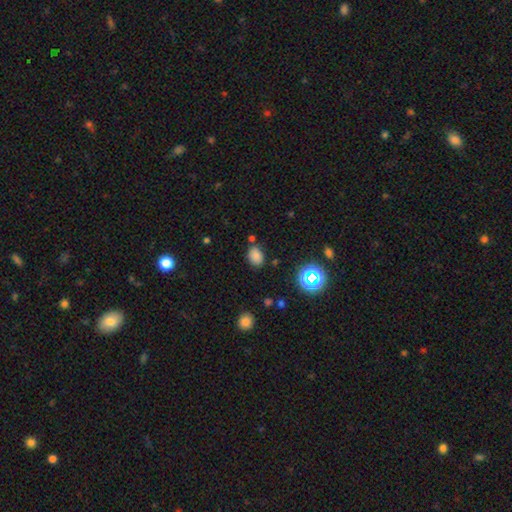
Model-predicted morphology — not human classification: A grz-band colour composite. It shows a smooth galaxy with no disk features (77%) that is in between round and cigar-shaped (71%). Merging: none (76%).